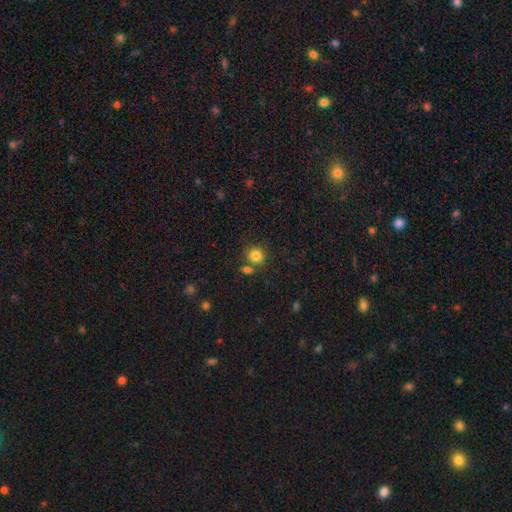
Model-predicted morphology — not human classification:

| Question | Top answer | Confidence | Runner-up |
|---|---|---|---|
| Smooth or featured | smooth | 83% | star or artifact (11%) |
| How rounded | round | 86% | in between (14%) |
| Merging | none | 69% | merger (17%) |